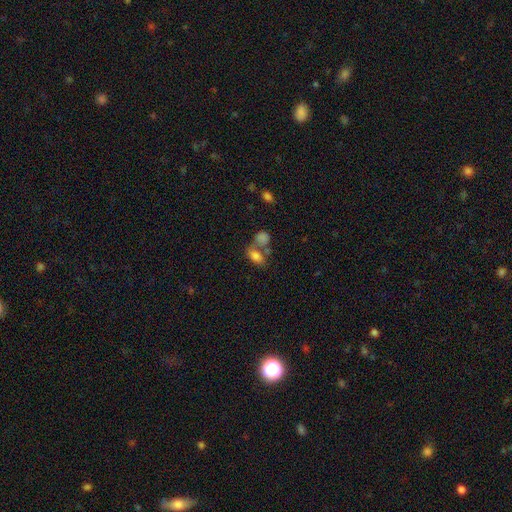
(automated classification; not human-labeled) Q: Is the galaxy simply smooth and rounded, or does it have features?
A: smooth — 79%.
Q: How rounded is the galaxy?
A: in between — 85%.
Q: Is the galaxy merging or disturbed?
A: merger — 47%.